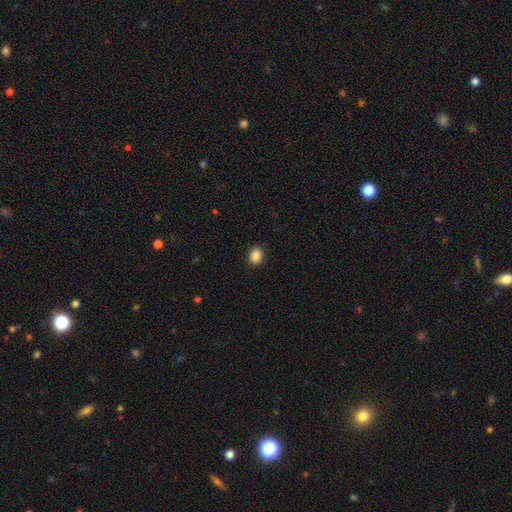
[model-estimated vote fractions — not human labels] This appears to be a smooth galaxy with no disk features (87%) that is in between round and cigar-shaped (50%). Merging: none (91%).